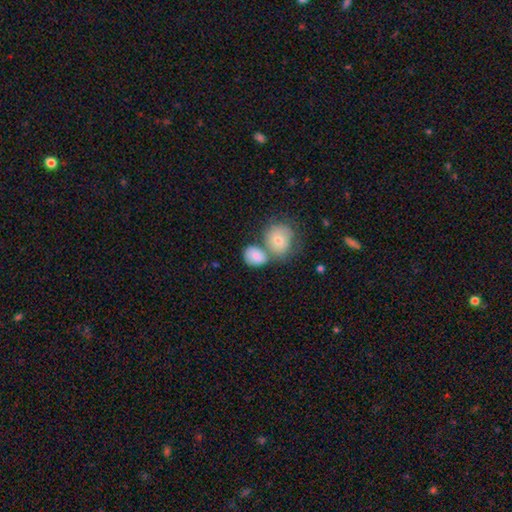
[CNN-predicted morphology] This is clearly a smooth galaxy (81%). How rounded: possibly in between (50%). Merging: possibly merger (46%).